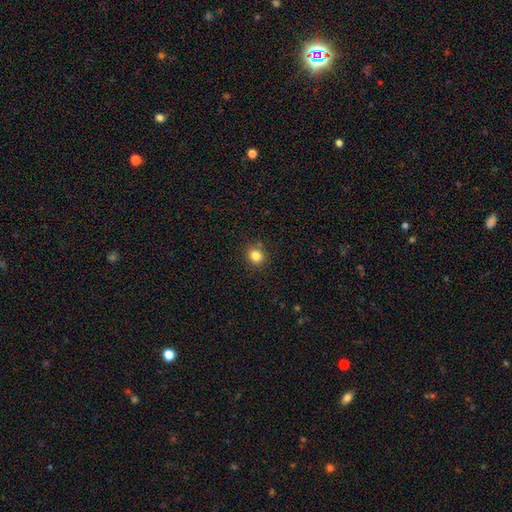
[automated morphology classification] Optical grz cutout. It shows a smooth galaxy with no disk features (82%) that is round (80%). Merging: none (85%).